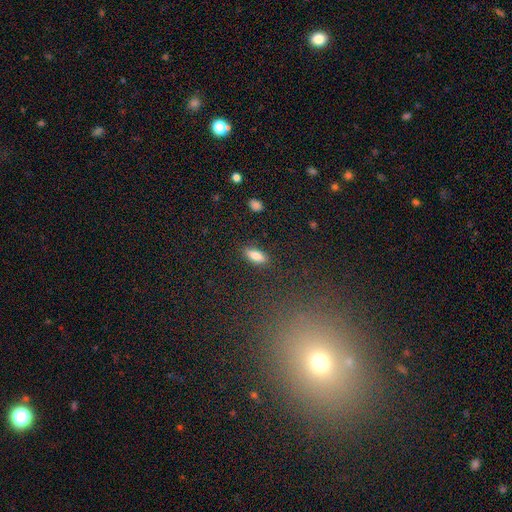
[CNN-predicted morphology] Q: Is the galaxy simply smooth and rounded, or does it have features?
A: smooth — 83%.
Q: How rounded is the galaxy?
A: in between — 78%.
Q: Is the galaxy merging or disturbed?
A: none — 86%.